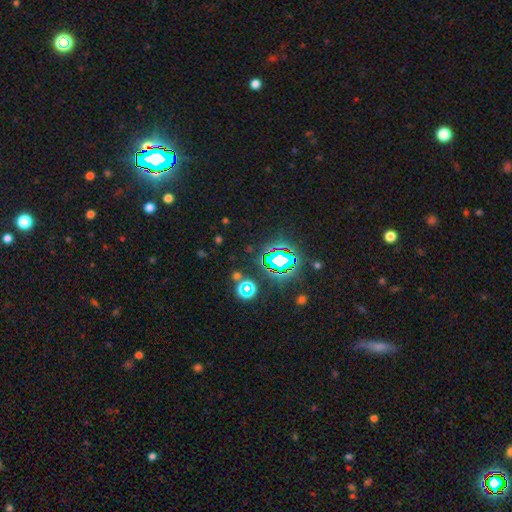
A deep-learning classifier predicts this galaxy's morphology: Smooth or featured? Predicted: star or artifact (p=0.80).